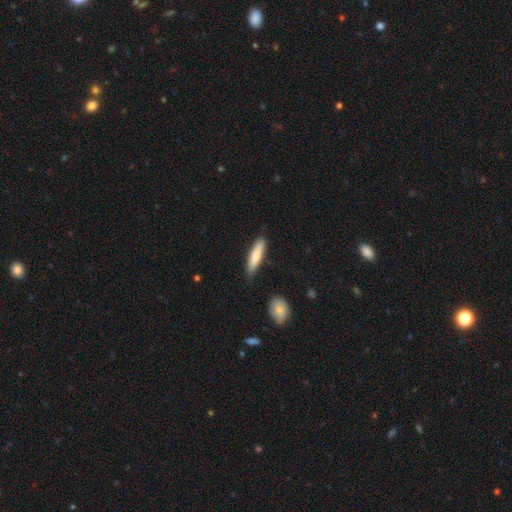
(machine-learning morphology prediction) smooth_or_featured: smooth (p=0.77) [alt: featured or disk p=0.18]
how_rounded: cigar-shaped (p=0.79) [alt: in between p=0.20]
merging: none (p=0.80) [alt: minor disturbance p=0.15]